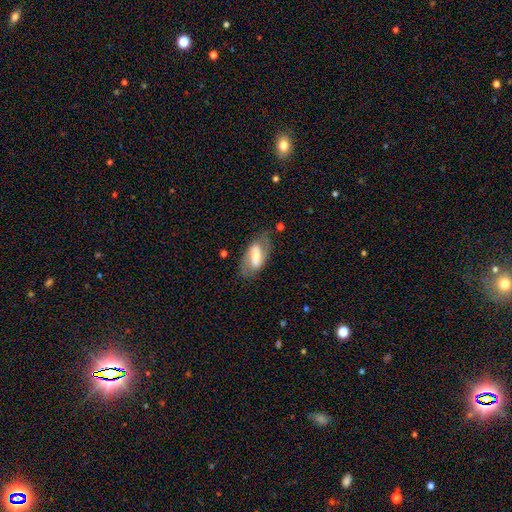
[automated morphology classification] Q: Smooth or featured?
A: featured or disk (63%); runner-up: smooth (31%)
Q: Edge-on disk?
A: no (89%); runner-up: yes (11%)
Q: Bar?
A: strong (60%); runner-up: weak (28%)
Q: Spiral arms?
A: yes (70%); runner-up: no (30%)
Q: Bulge size?
A: moderate (48%); runner-up: small (34%)
Q: Merging?
A: none (72%); runner-up: minor disturbance (18%)